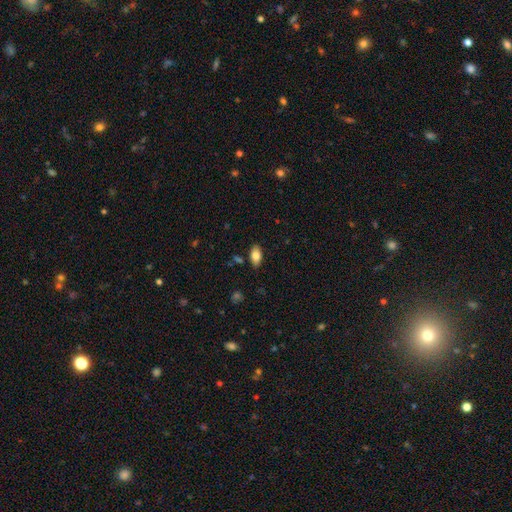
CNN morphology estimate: A smooth galaxy with no disk features (79%) that is in between round and cigar-shaped (92%).

Vote fractions:
- Smooth or featured? smooth: 79% / featured or disk: 13% / star or artifact: 7%
- How rounded? in between: 92% / cigar-shaped: 5% / round: 4%
- Merging? none: 86% / minor disturbance: 10% / major disturbance: 2% / merger: 2%